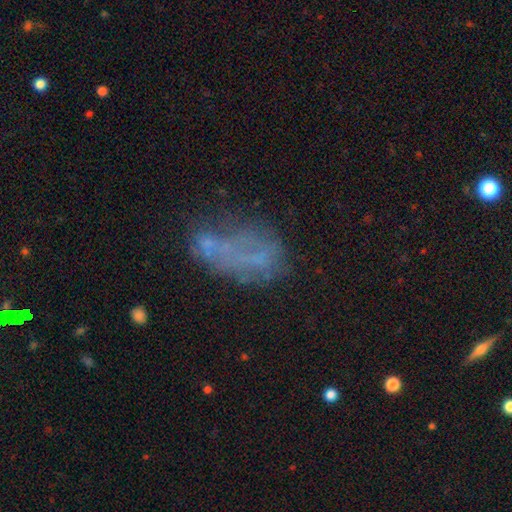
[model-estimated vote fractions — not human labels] The model was most divided on "merging": none: 37%, major disturbance: 28%, minor disturbance: 21%, merger: 14%. Remaining: smooth or featured — featured or disk (46%).